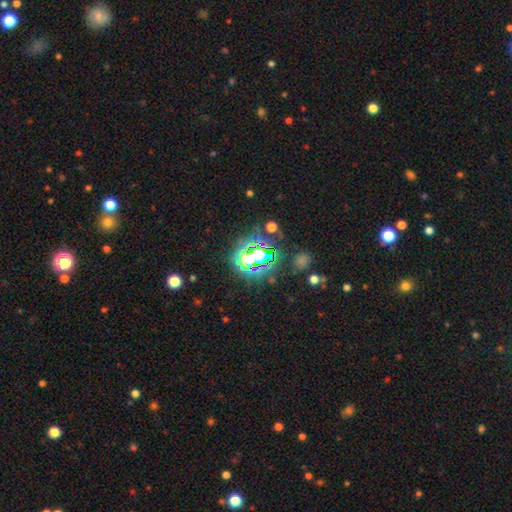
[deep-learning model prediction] Smooth or featured? Predicted: star or artifact (p=0.62).